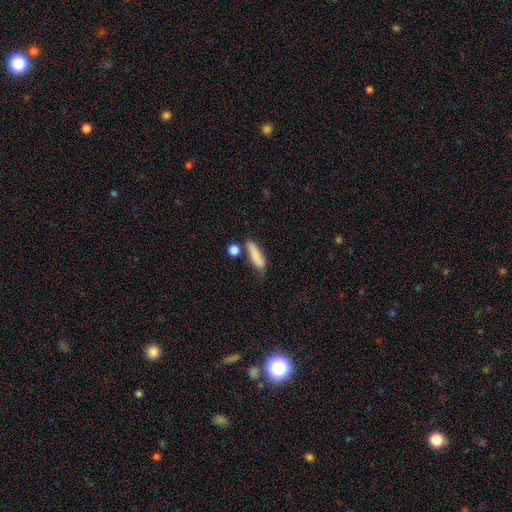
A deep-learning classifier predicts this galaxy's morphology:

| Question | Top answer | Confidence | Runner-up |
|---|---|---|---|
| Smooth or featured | smooth | 83% | featured or disk (10%) |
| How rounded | cigar-shaped | 55% | in between (41%) |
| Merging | none | 59% | minor disturbance (21%) |